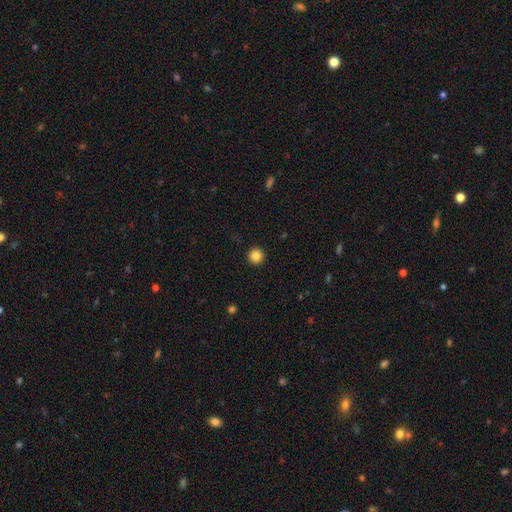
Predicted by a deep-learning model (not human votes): Smooth or featured? smooth (86%)
How rounded? round (96%)
Merging? none (94%)